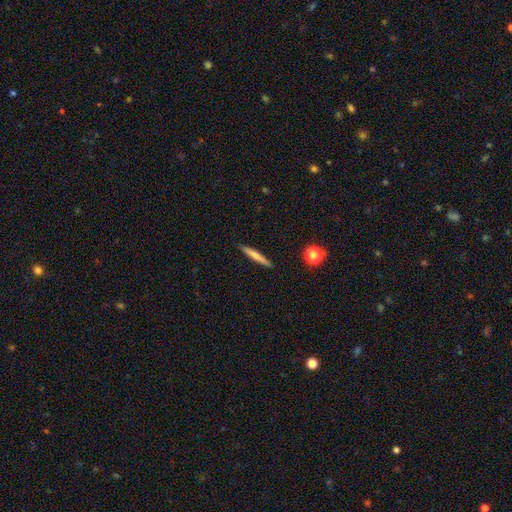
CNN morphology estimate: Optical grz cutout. It shows a smooth galaxy with no disk features (64%) that is cigar-shaped (95%). Merging: none (91%).